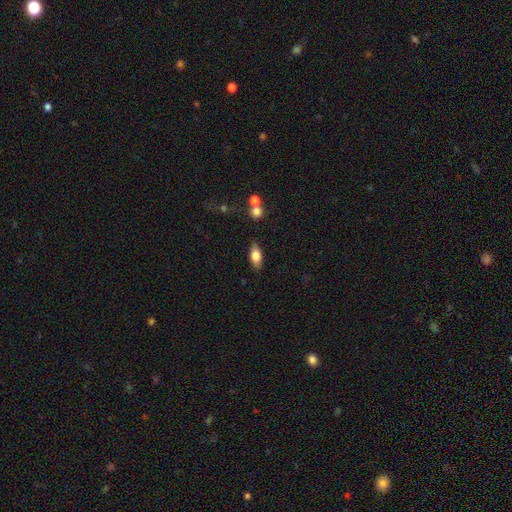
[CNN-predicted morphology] Smooth or featured? Predicted: smooth (p=0.70). How rounded? Predicted: in between (p=0.80). Merging? Predicted: none (p=0.83).